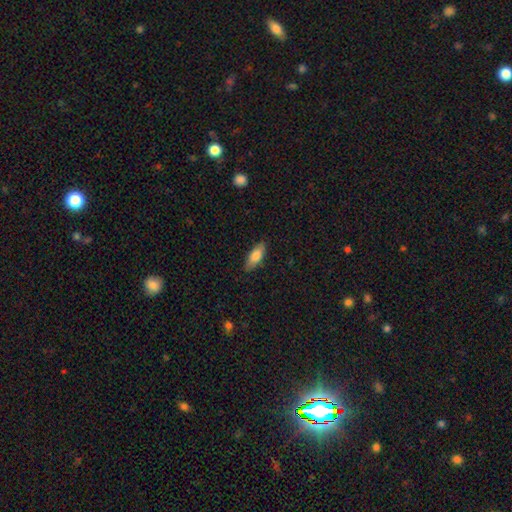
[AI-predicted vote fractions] The model was most divided on "how rounded": in between: 73%, cigar-shaped: 25%, round: 2%. More confident: merging — none (85%); smooth or featured — smooth (79%).